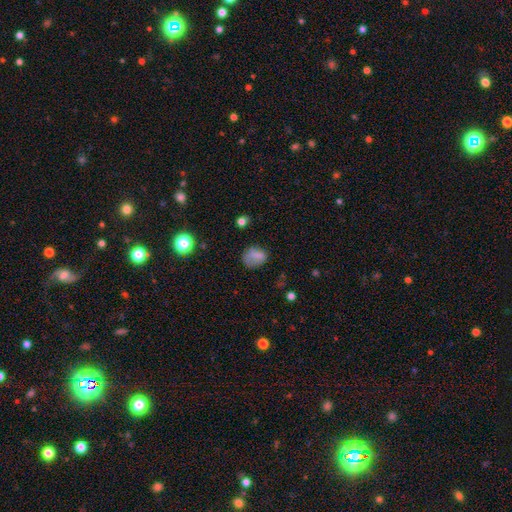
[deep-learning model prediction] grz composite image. It shows a smooth galaxy with no disk features (74%) that is in between round and cigar-shaped (50%). Merging: none (57%).